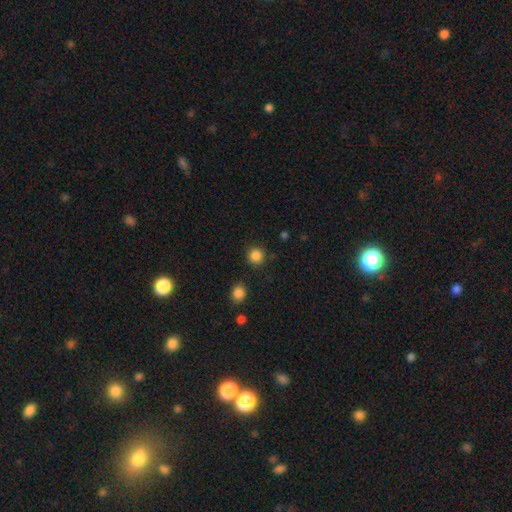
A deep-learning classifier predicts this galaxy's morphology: This appears to be a smooth galaxy with no disk features (86%) that is round (92%). Merging: none (87%).